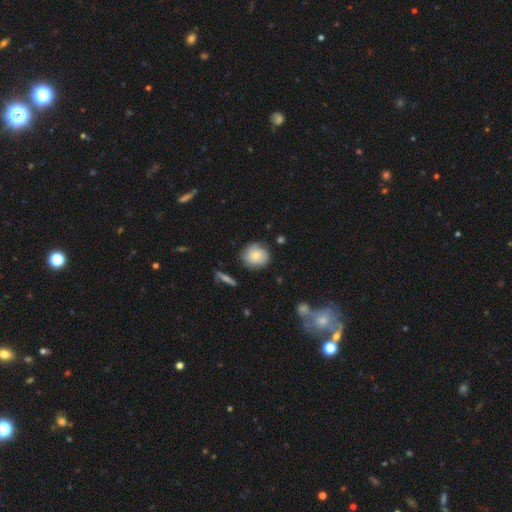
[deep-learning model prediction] This appears to be a smooth galaxy with no disk features (62%) that is round (84%). Merging: none (74%).